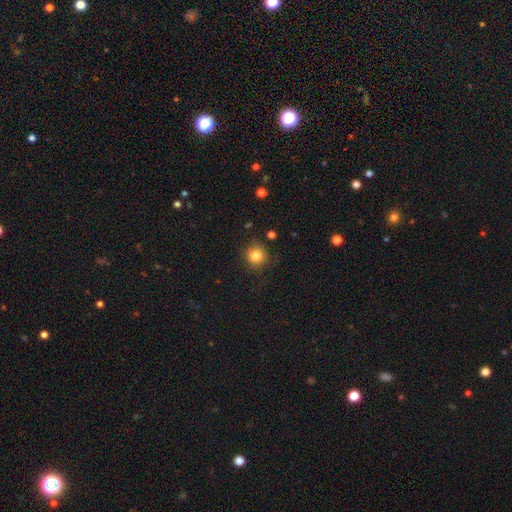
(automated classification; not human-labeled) Smooth or featured?
  - smooth: 83% *
  - star or artifact: 11%
  - featured or disk: 6%
How rounded?
  - round: 91% *
  - in between: 8%
  - cigar-shaped: 1%
Merging?
  - none: 82% *
  - minor disturbance: 12%
  - major disturbance: 3%
  - merger: 2%